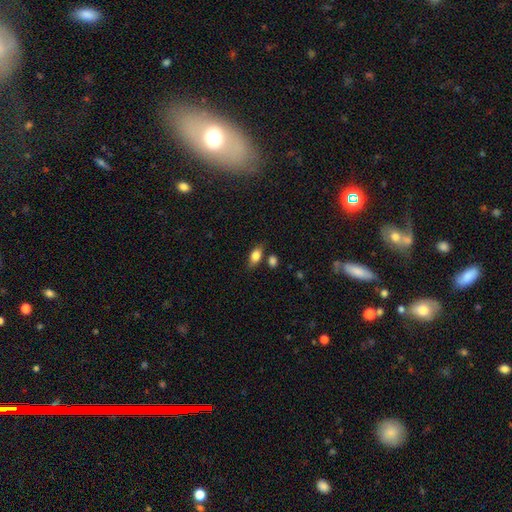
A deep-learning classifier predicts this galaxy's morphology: Q: Smooth or featured?
A: smooth (81%); runner-up: featured or disk (11%)
Q: How rounded?
A: in between (86%); runner-up: round (9%)
Q: Merging?
A: none (73%); runner-up: minor disturbance (15%)